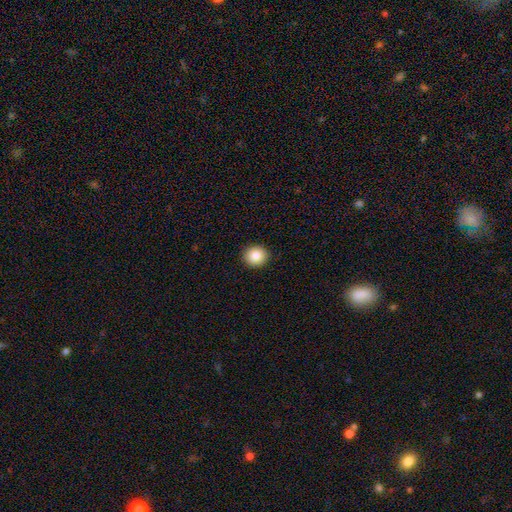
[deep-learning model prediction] Overall: smooth (87%). How rounded: round (86%). Merging: none (92%).